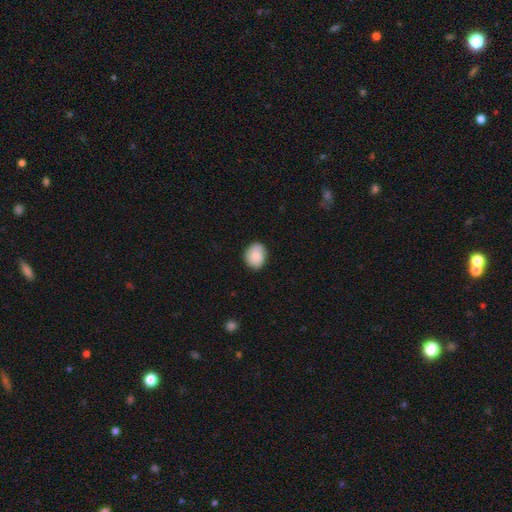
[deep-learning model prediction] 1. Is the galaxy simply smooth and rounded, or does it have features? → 78% smooth, 15% featured or disk, 7% star or artifact.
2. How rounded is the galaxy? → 61% round, 38% in between, 1% cigar-shaped.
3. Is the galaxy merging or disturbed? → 79% none, 16% minor disturbance, 3% major disturbance, 1% merger.